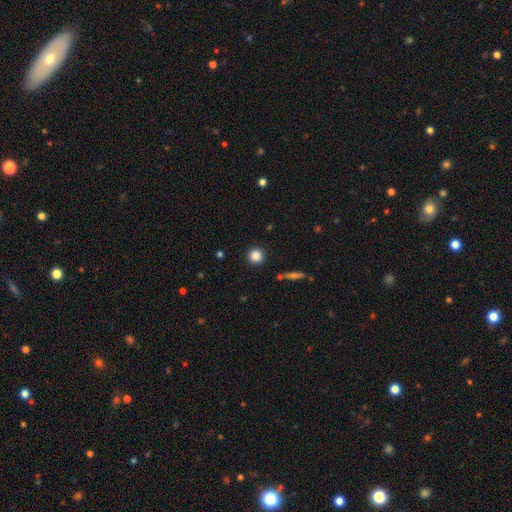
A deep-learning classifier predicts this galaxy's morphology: smooth 85%, star or artifact 10%, featured or disk 4%. Down the decision tree: how rounded — round (94%); merging — none (90%).